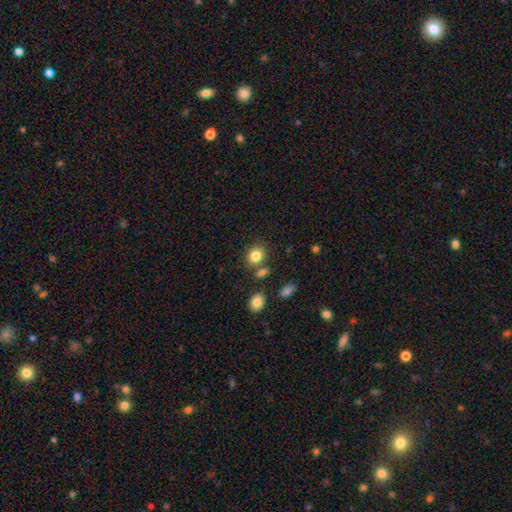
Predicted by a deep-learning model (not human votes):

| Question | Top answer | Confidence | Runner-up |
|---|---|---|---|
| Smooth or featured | smooth | 83% | star or artifact (11%) |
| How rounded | round | 70% | in between (29%) |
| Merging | none | 74% | merger (11%) |